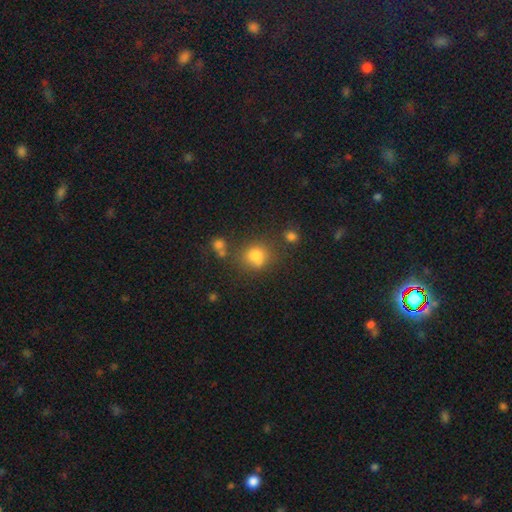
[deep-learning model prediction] This is likely a smooth galaxy (76%). How rounded: likely round (74%). Merging: possibly none (57%).